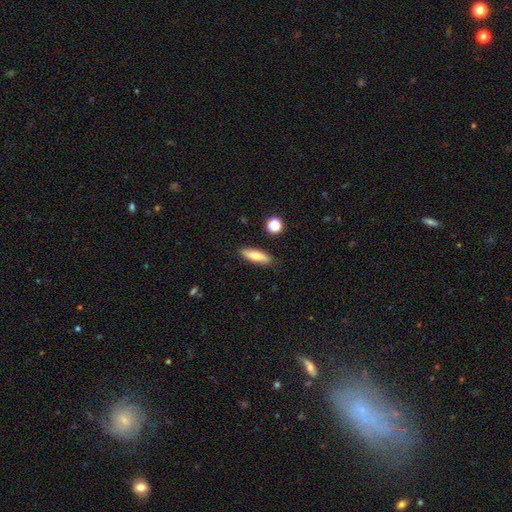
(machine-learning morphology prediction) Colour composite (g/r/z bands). It shows a smooth galaxy with no disk features (65%) that is cigar-shaped (55%). Merging: none (87%).